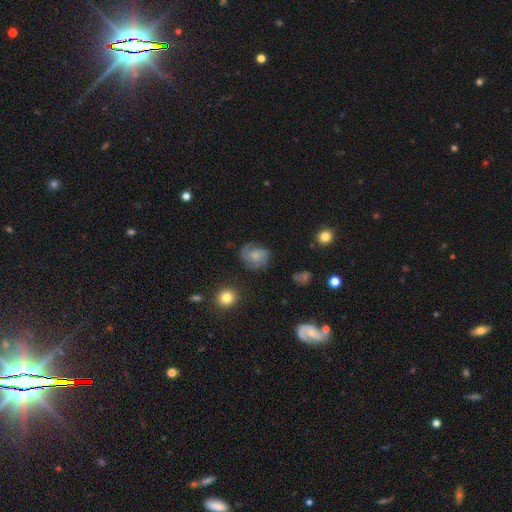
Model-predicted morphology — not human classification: Smooth or featured?
  - smooth: 54% *
  - featured or disk: 36%
  - star or artifact: 10%
How rounded?
  - round: 64% *
  - in between: 35%
  - cigar-shaped: 1%
Merging?
  - none: 64% *
  - minor disturbance: 23%
  - major disturbance: 11%
  - merger: 2%